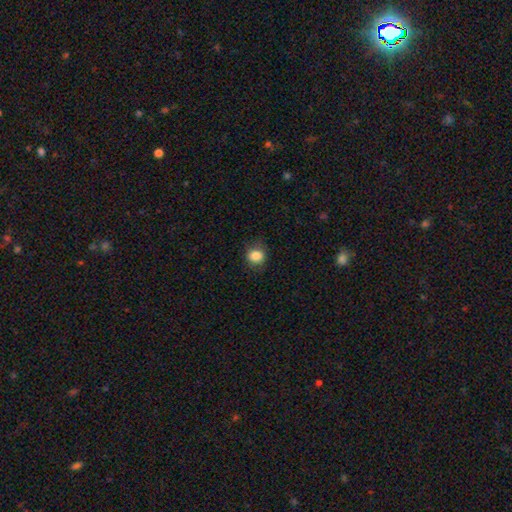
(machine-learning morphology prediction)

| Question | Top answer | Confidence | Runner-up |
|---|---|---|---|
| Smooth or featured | smooth | 85% | star or artifact (10%) |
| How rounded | round | 81% | in between (18%) |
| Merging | none | 82% | minor disturbance (14%) |